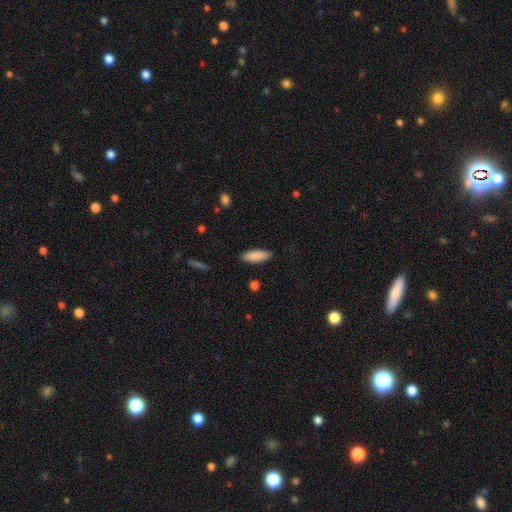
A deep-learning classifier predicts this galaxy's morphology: smooth_or_featured: smooth (p=0.87) [alt: featured or disk p=0.07]
how_rounded: in between (p=0.57) [alt: cigar-shaped p=0.41]
merging: none (p=0.89) [alt: minor disturbance p=0.08]